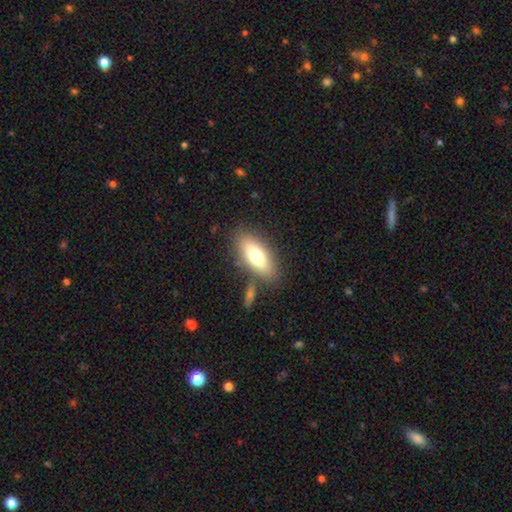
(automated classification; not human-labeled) Smooth or featured? Predicted: smooth (p=0.73). How rounded? Predicted: in between (p=0.74). Merging? Predicted: none (p=0.78).